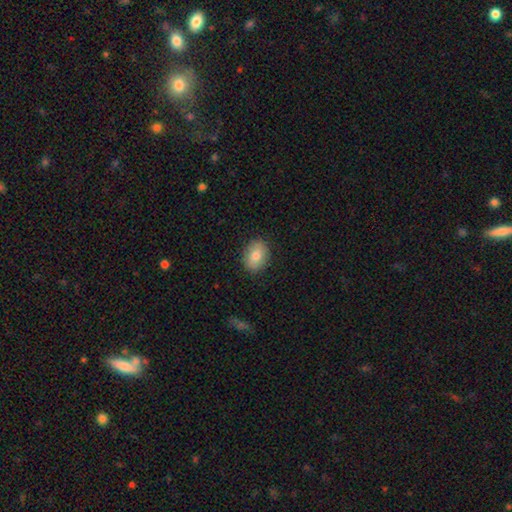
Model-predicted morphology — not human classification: type=smooth (80%); roundness=in between (72%); merging=none (88%).